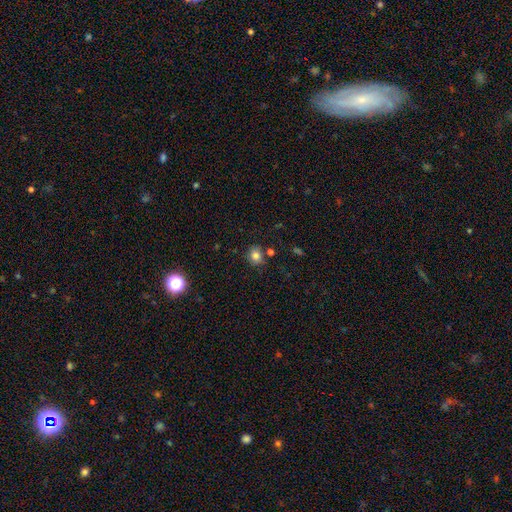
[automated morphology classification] Q: Smooth or featured?
A: smooth (81%); runner-up: star or artifact (12%)
Q: How rounded?
A: round (78%); runner-up: in between (21%)
Q: Merging?
A: none (78%); runner-up: minor disturbance (12%)